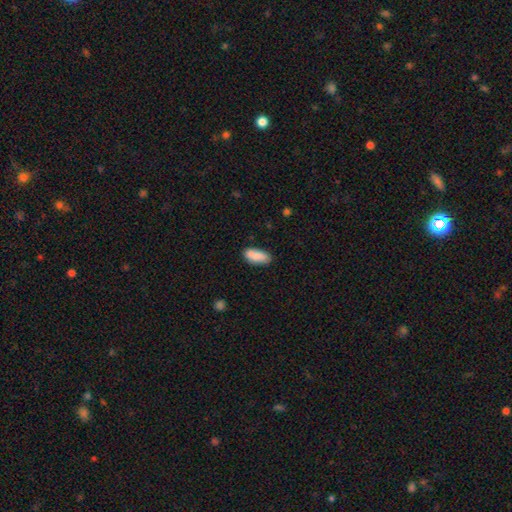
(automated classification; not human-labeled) This is clearly a smooth galaxy (84%). How rounded: clearly in between (85%). Merging: likely none (76%).